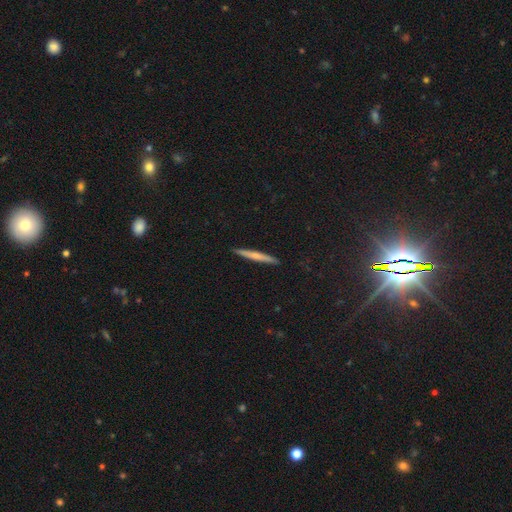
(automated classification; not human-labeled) Smooth or featured?
  - smooth: 54% *
  - featured or disk: 40%
  - star or artifact: 6%
How rounded?
  - cigar-shaped: 96% *
  - in between: 3%
  - round: 1%
Merging?
  - none: 92% *
  - minor disturbance: 6%
  - major disturbance: 1%
  - merger: 1%